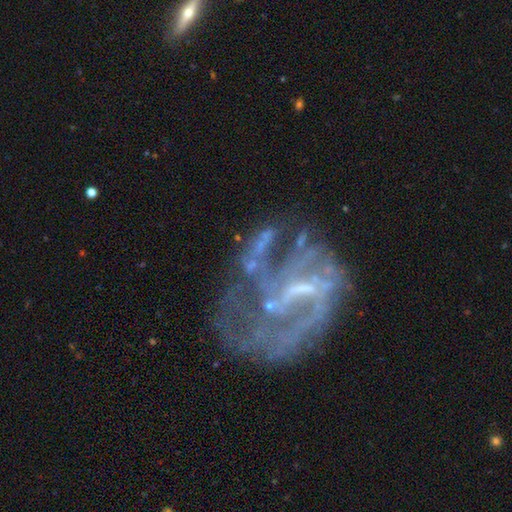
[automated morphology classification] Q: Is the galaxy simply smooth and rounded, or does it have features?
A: featured or disk — 81%.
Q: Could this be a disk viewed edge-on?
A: no — 97%.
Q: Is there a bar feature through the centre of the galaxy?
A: weak — 45%.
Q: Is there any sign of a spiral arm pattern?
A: yes — 70%.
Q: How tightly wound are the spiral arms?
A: loose — 42%.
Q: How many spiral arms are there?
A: can't tell — 32%.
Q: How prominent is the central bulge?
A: none — 40%.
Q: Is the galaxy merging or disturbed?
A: major disturbance — 40%.